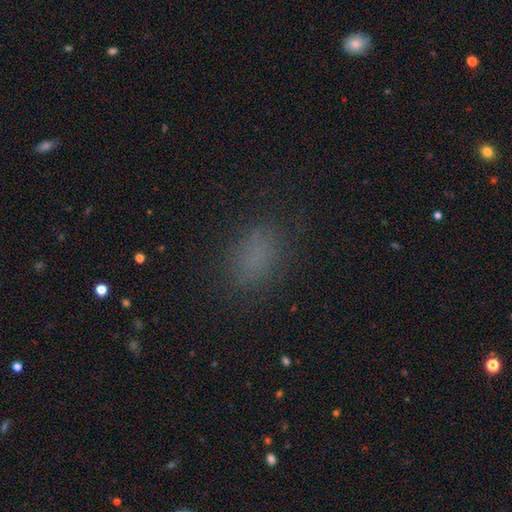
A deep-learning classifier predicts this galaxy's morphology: smooth-or-featured: smooth: 76% | star or artifact: 18% | featured or disk: 6%
  how-rounded: in between: 81% | round: 17% | cigar-shaped: 3%
  merging: none: 81% | minor disturbance: 13% | major disturbance: 6% | merger: 1%